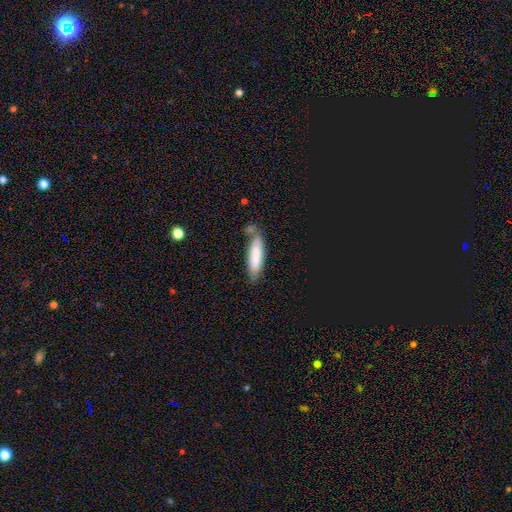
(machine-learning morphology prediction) Smooth or featured? smooth (82%)
How rounded? cigar-shaped (72%)
Merging? none (68%)